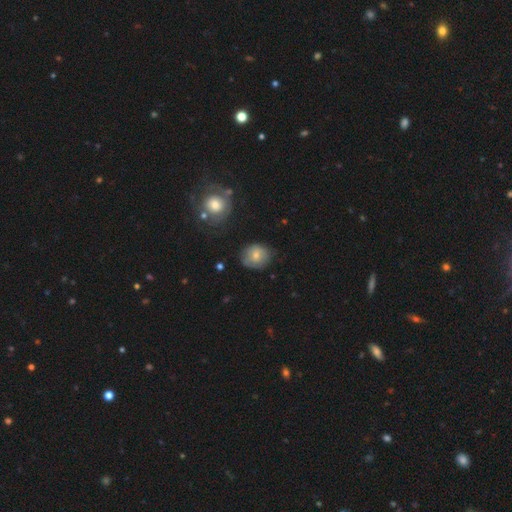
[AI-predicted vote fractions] Smooth or featured? smooth (63%)
How rounded? round (76%)
Merging? none (74%)